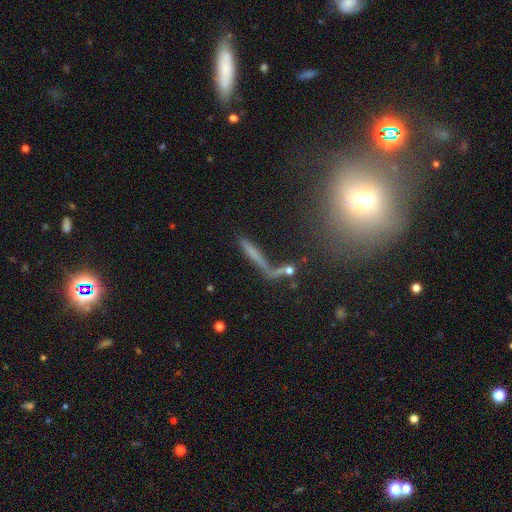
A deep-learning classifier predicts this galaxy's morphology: smooth_or_featured: smooth (p=0.45) [alt: featured or disk p=0.35]
merging: none (p=0.62) [alt: merger p=0.14]